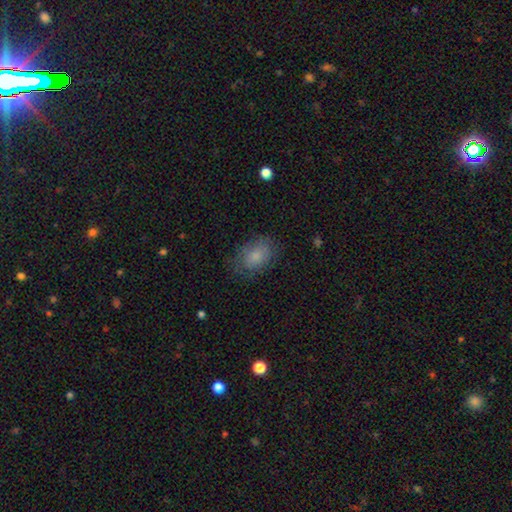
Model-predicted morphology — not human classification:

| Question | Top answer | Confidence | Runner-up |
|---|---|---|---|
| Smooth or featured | smooth | 76% | featured or disk (16%) |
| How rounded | in between | 80% | round (19%) |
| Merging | none | 73% | minor disturbance (19%) |